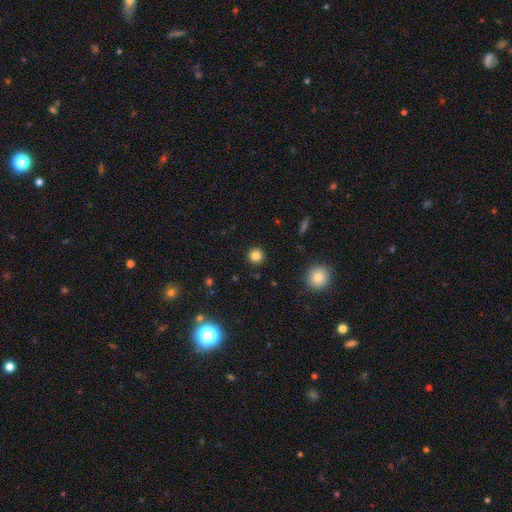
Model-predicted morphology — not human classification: This is clearly a smooth galaxy (83%). How rounded: clearly round (95%). Merging: clearly none (92%).